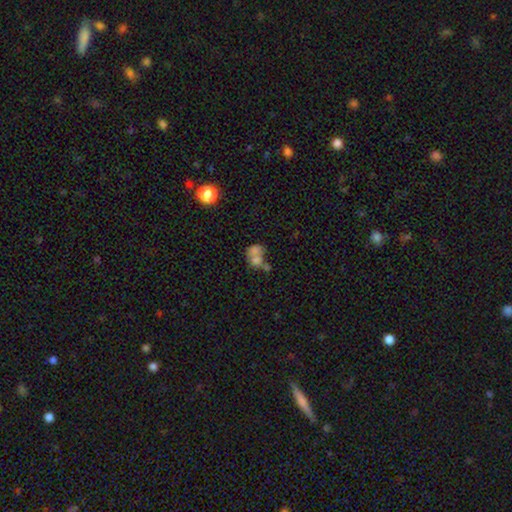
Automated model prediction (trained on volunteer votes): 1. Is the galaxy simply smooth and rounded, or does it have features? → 62% smooth, 25% featured or disk, 12% star or artifact.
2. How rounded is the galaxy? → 51% round, 48% in between, 1% cigar-shaped.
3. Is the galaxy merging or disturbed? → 59% merger, 21% none, 10% minor disturbance, 9% major disturbance.